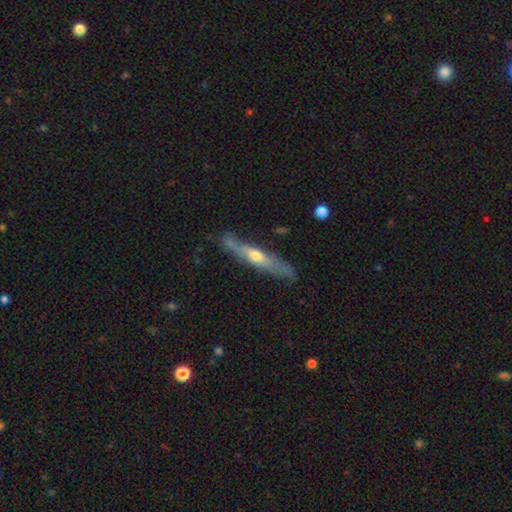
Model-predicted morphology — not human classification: The model was most divided on "smooth or featured": featured or disk: 68%, smooth: 26%, star or artifact: 6%. More confident: edge-on disk — yes (88%); edge-on bulge — rounded (83%); merging — none (79%).